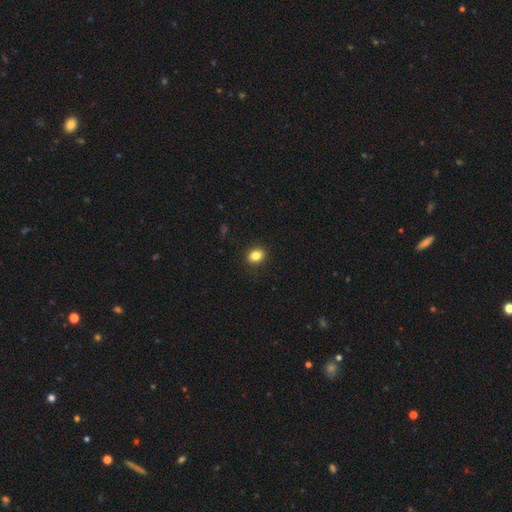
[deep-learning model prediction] This appears to be a smooth galaxy with no disk features (84%) that is in between round and cigar-shaped (50%). Merging: none (89%).